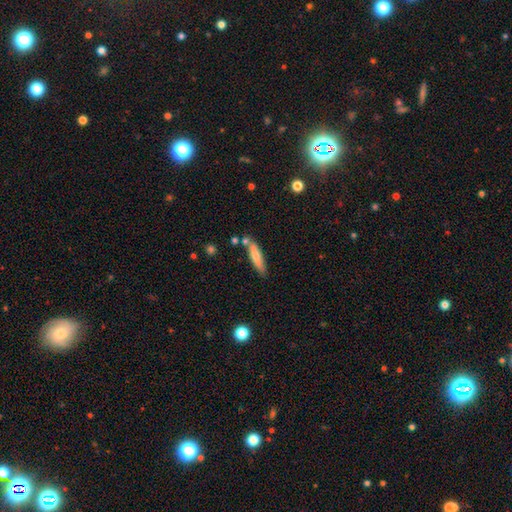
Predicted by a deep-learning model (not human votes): Q: Smooth or featured?
A: smooth (63%); runner-up: featured or disk (30%)
Q: How rounded?
A: cigar-shaped (80%); runner-up: in between (19%)
Q: Merging?
A: none (75%); runner-up: minor disturbance (14%)